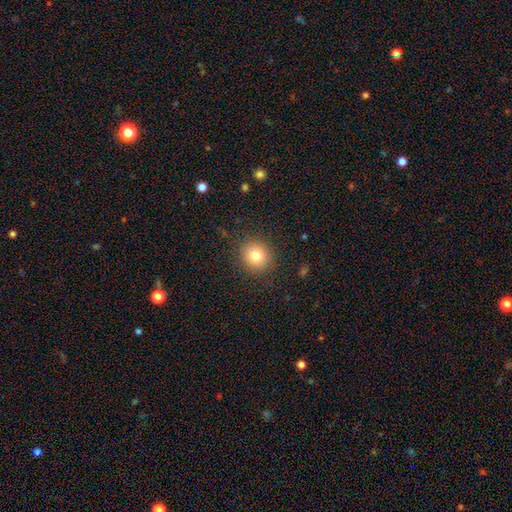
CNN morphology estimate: The model was most divided on "smooth or featured": smooth: 80%, star or artifact: 12%, featured or disk: 9%. More confident: merging — none (89%); how rounded — round (88%).